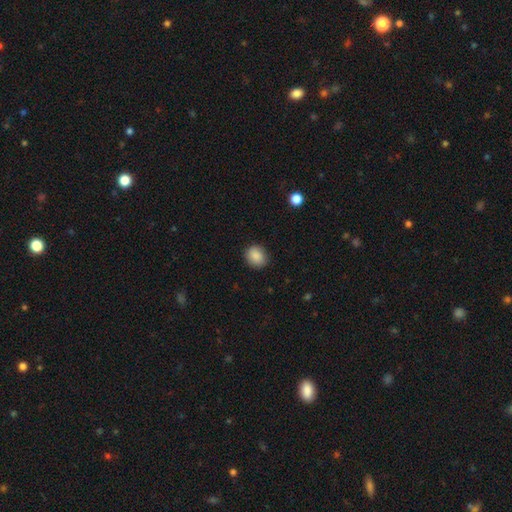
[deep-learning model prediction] A smooth galaxy with no disk features (88%) that is round (68%). Merging: none (87%).